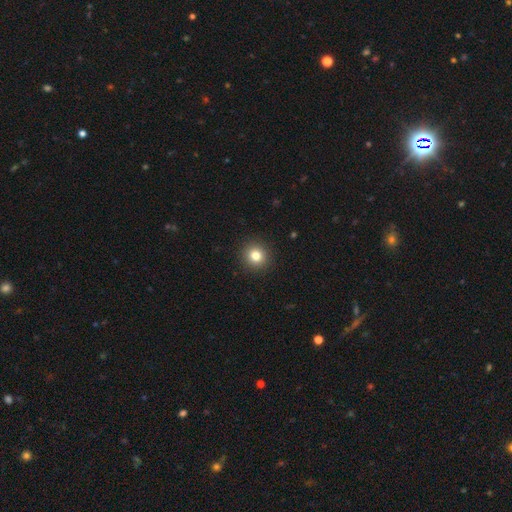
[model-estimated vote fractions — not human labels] smooth 81%, star or artifact 12%, featured or disk 7%. Down the decision tree: how rounded — round (93%); merging — none (93%).